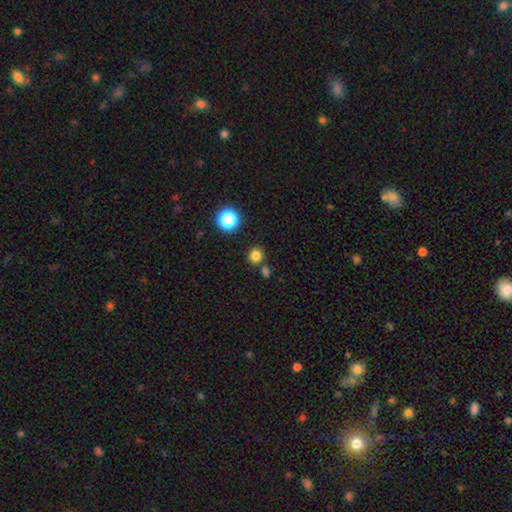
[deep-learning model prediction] The model was most divided on "smooth or featured": smooth: 80%, star or artifact: 15%, featured or disk: 4%. More confident: how rounded — round (88%); merging — none (79%).